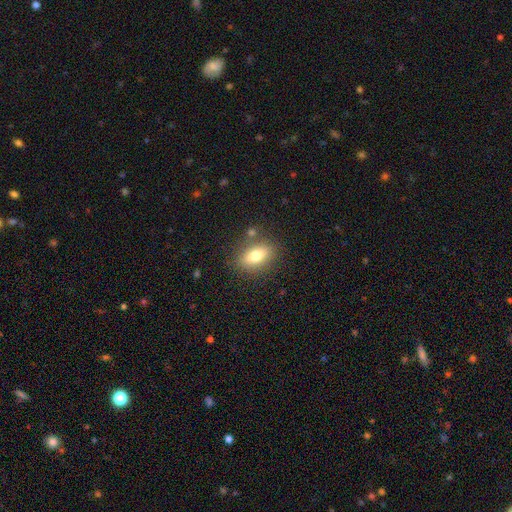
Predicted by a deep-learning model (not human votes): Smooth or featured: smooth — 75% (featured or disk — 16%)
How rounded: in between — 83% (round — 11%)
Merging: none — 79% (minor disturbance — 12%)